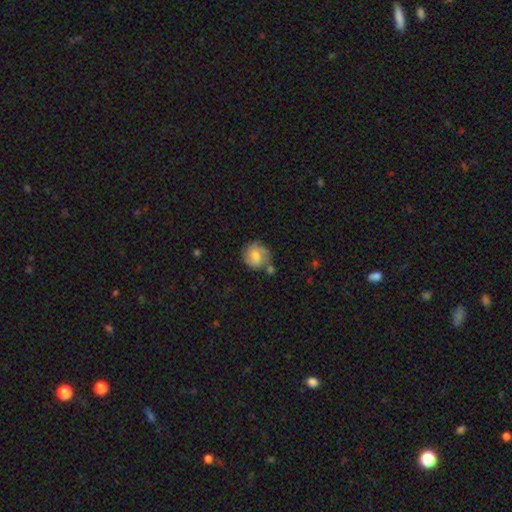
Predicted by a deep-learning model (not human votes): A smooth galaxy with no disk features (59%) that is round (84%). Merging: none (60%).